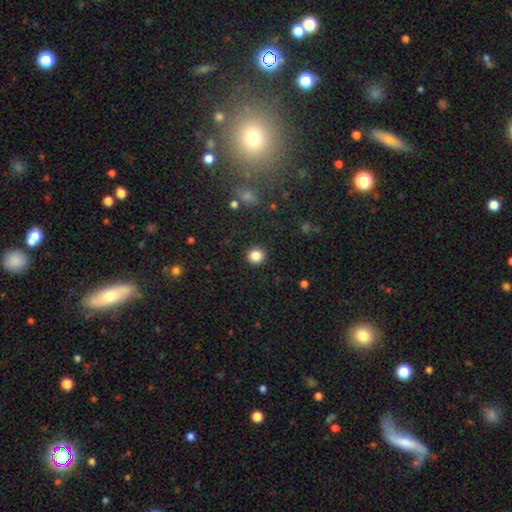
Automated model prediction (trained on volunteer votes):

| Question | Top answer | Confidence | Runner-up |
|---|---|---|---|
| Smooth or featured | smooth | 85% | star or artifact (11%) |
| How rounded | round | 92% | in between (7%) |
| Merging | none | 91% | minor disturbance (5%) |